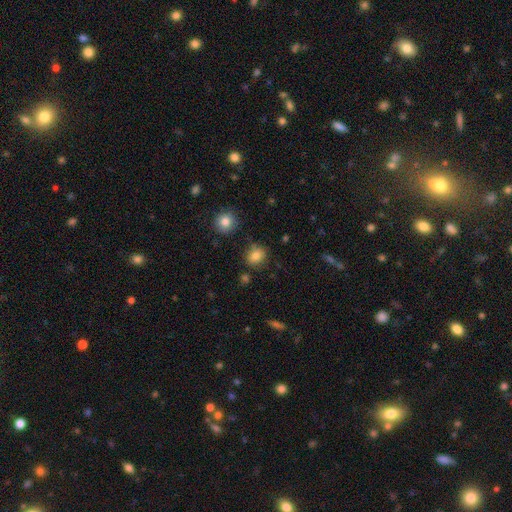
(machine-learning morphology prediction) Smooth or featured?
  - smooth: 82% *
  - star or artifact: 12%
  - featured or disk: 7%
How rounded?
  - round: 69% *
  - in between: 30%
  - cigar-shaped: 1%
Merging?
  - none: 82% *
  - minor disturbance: 11%
  - merger: 4%
  - major disturbance: 3%